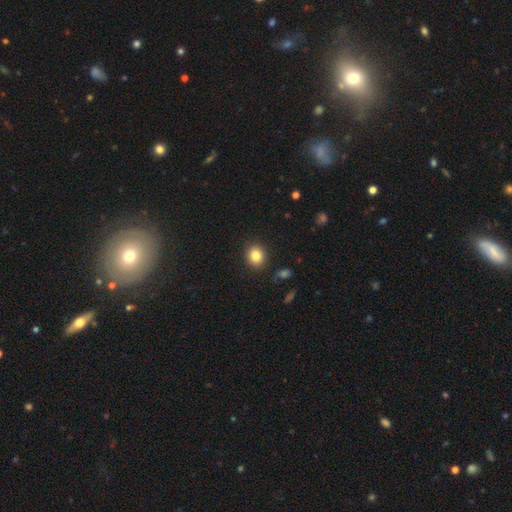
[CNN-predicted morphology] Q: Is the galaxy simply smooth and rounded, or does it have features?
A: smooth — 84%.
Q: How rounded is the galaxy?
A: round — 74%.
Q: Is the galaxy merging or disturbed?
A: none — 89%.